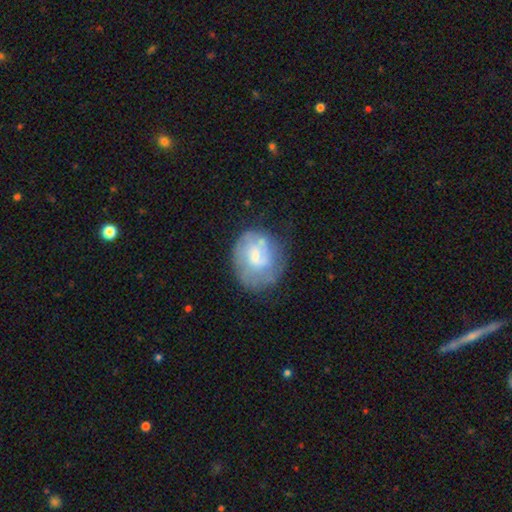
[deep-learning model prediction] This appears to be a featured or disk galaxy (49%). Merging: none (53%).